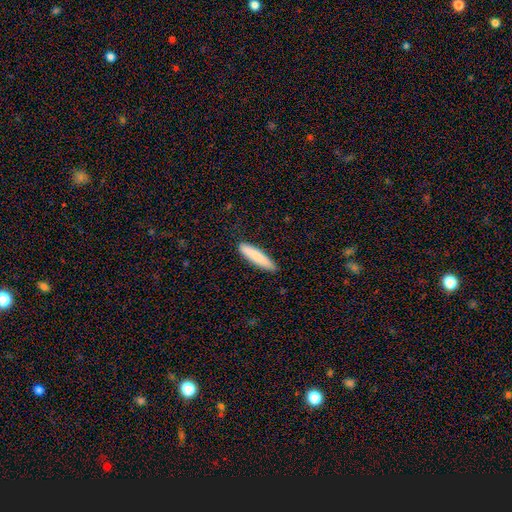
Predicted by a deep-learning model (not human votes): smooth-or-featured: smooth: 84% | featured or disk: 10% | star or artifact: 6%
  how-rounded: cigar-shaped: 87% | in between: 12% | round: 1%
  merging: none: 88% | minor disturbance: 9% | major disturbance: 2% | merger: 1%